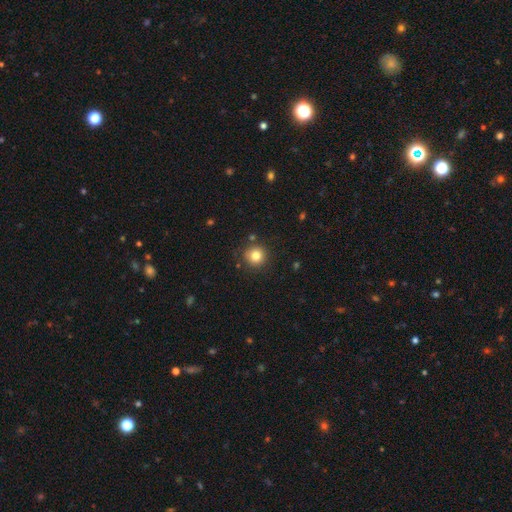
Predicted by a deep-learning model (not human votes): smooth 81%, star or artifact 12%, featured or disk 7%. Down the decision tree: how rounded — round (94%); merging — none (87%).